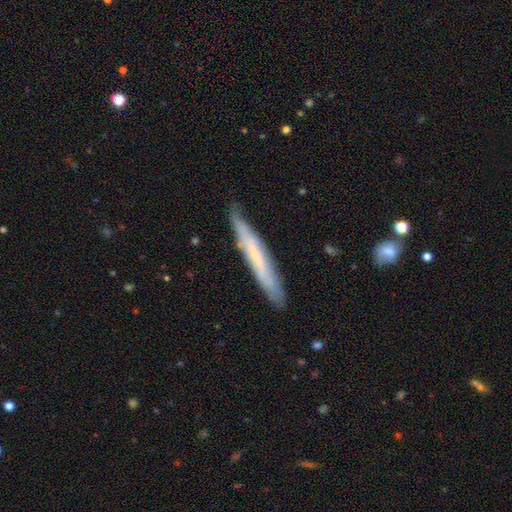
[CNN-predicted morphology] featured or disk 47%, smooth 46%, star or artifact 7%. Down the decision tree: merging — none (82%).